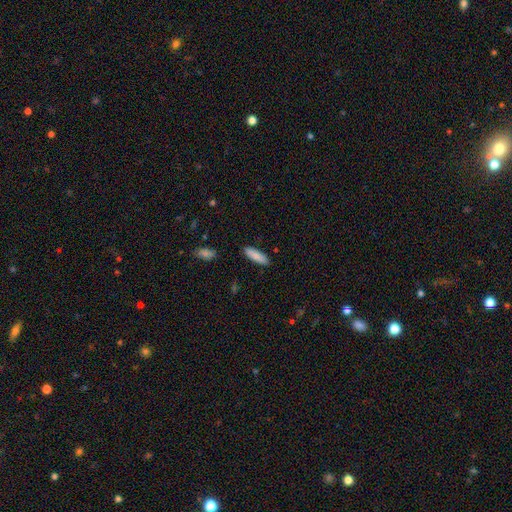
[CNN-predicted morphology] The model was most divided on "how rounded": cigar-shaped: 61%, in between: 38%, round: 1%. More confident: merging — none (89%); smooth or featured — smooth (86%).